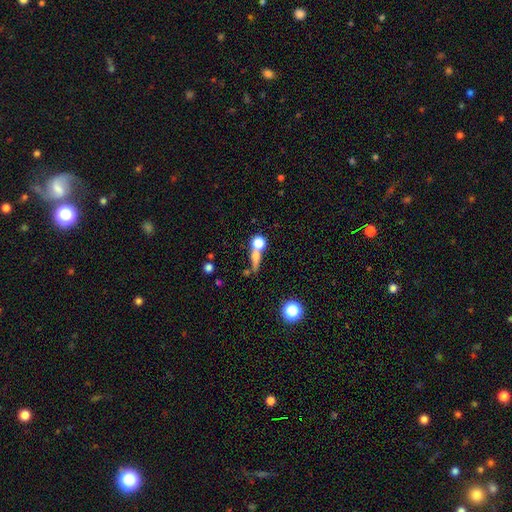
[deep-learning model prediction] This appears to be a smooth galaxy with no disk features (63%) that is round (51%). Merging: merger (42%).